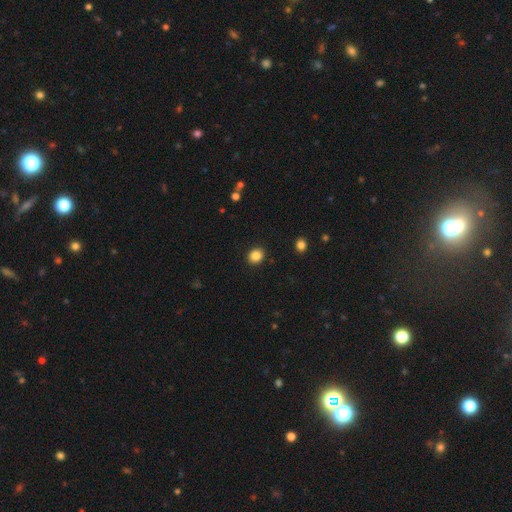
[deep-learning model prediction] smooth_or_featured: smooth (p=0.86) [alt: star or artifact p=0.10]
how_rounded: round (p=0.68) [alt: in between p=0.31]
merging: none (p=0.91) [alt: minor disturbance p=0.06]